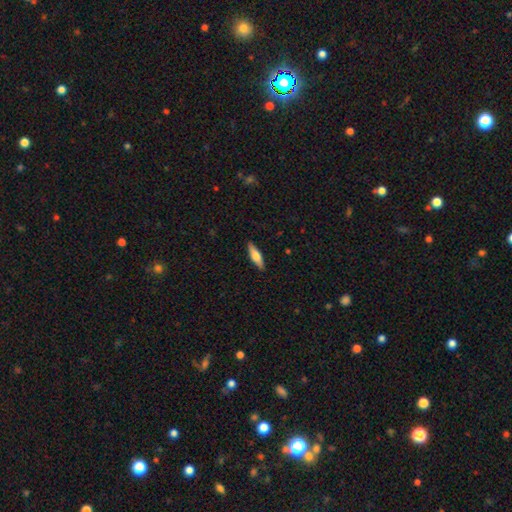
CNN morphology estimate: Q: Smooth or featured?
A: smooth (58%); runner-up: featured or disk (36%)
Q: How rounded?
A: cigar-shaped (61%); runner-up: in between (37%)
Q: Merging?
A: none (89%); runner-up: minor disturbance (8%)